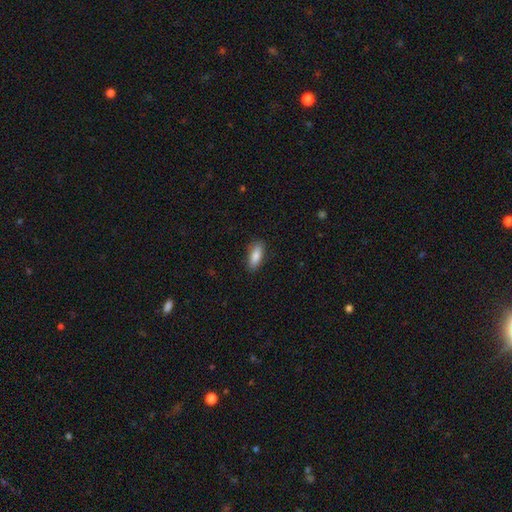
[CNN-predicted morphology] smooth_or_featured: smooth (p=0.86) [alt: featured or disk p=0.08]
how_rounded: in between (p=0.78) [alt: cigar-shaped p=0.20]
merging: none (p=0.84) [alt: minor disturbance p=0.12]